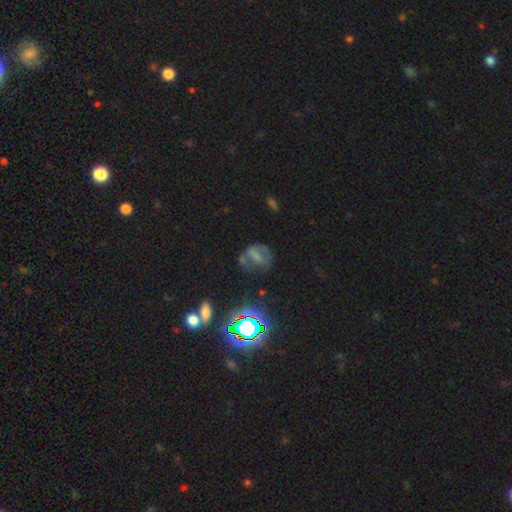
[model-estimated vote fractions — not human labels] smooth-or-featured: smooth: 40% | featured or disk: 33% | star or artifact: 28%
  merging: none: 49% | minor disturbance: 23% | major disturbance: 21% | merger: 7%